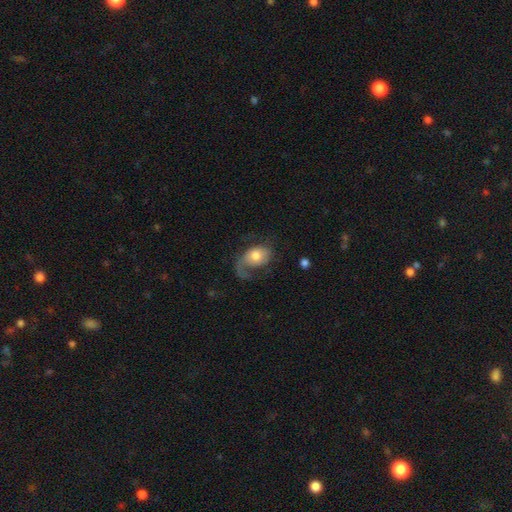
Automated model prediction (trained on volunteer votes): Overall: featured or disk (48%; smooth 45%). Merging: major disturbance (45%; none 32%).